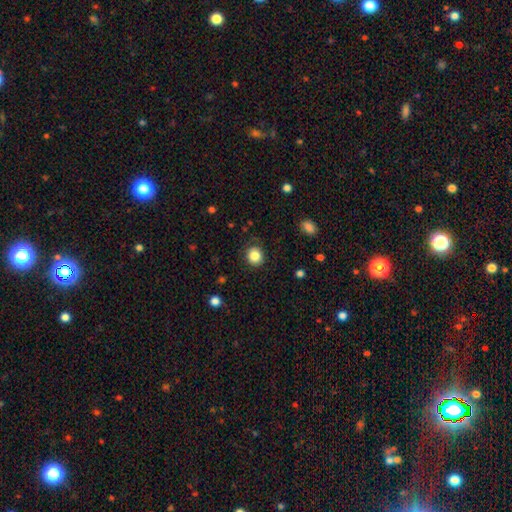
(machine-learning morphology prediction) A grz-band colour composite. It shows a smooth galaxy with no disk features (85%) that is round (80%). Merging: none (85%).